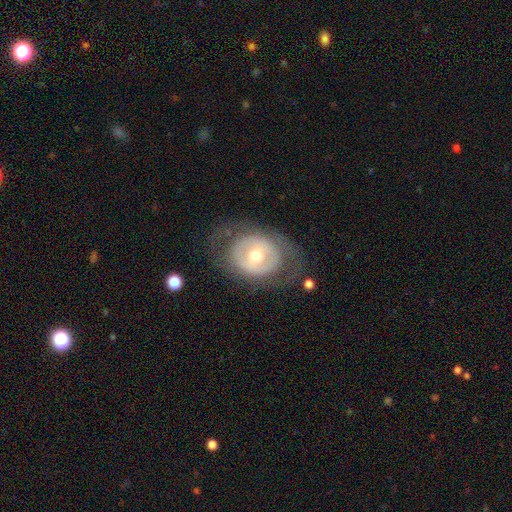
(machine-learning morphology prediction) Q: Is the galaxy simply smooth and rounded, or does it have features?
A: featured or disk — 58%.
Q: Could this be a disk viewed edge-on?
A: no — 94%.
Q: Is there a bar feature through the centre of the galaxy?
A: no — 62%.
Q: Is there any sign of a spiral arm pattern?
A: no — 80%.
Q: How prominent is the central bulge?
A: moderate — 69%.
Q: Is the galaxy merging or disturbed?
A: none — 70%.